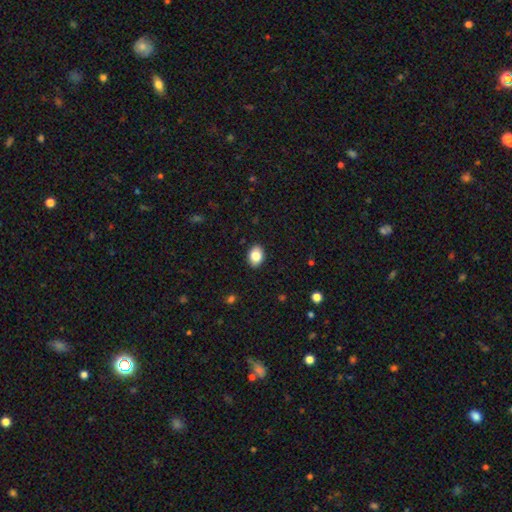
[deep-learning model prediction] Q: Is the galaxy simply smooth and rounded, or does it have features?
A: smooth — 84%.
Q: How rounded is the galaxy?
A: in between — 76%.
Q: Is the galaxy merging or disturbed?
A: none — 90%.